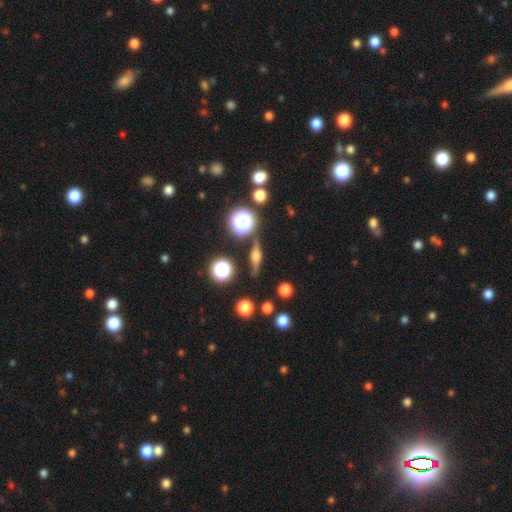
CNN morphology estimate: smooth-or-featured: featured or disk: 59% | smooth: 29% | star or artifact: 13%
  disk-edge-on: yes: 91% | no: 9%
    edge-on-bulge: rounded: 86% | boxy: 10% | none: 4%
  merging: none: 82% | minor disturbance: 11% | major disturbance: 4% | merger: 3%